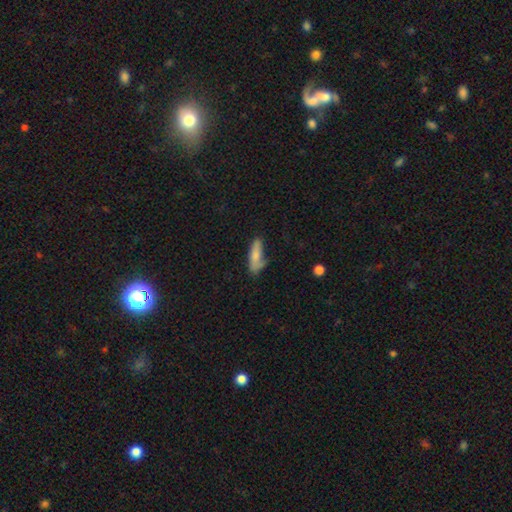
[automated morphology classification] A smooth galaxy with no disk features (75%) that is cigar-shaped (52%).

Vote fractions:
- Smooth or featured? smooth: 75% / featured or disk: 18% / star or artifact: 7%
- How rounded? cigar-shaped: 52% / in between: 46% / round: 2%
- Merging? none: 50% / minor disturbance: 31% / major disturbance: 13% / merger: 7%